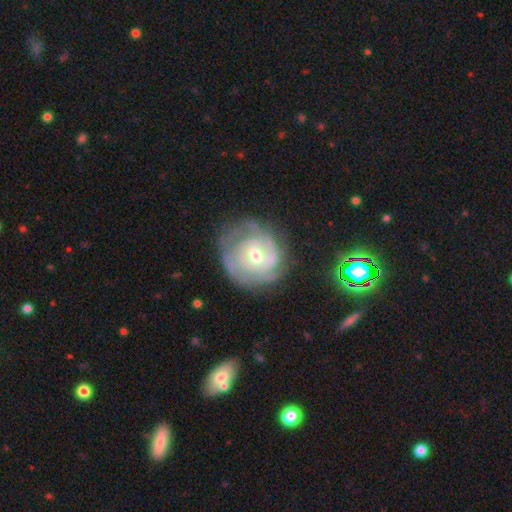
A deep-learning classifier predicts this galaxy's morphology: This is clearly a featured or disk galaxy (80%). It is clearly not viewed edge-on (98%). Bar: possibly no (57%). Spiral arm pattern: clearly yes (87%). Spiral arm count: marginally can't tell (45%). Spiral winding: likely tight (71%). Central bulge: likely moderate (69%). Merging: likely none (67%).